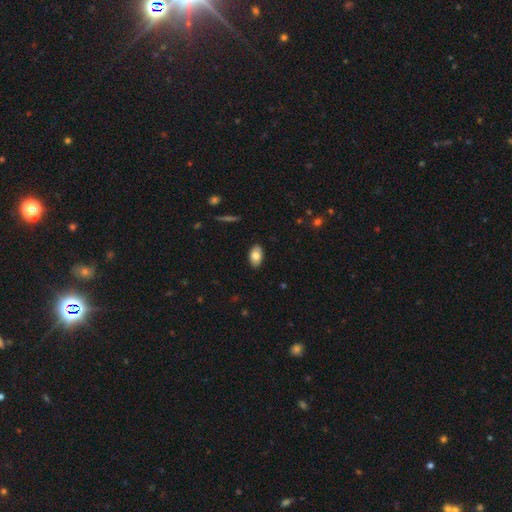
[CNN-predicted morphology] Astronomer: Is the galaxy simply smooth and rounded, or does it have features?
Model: smooth — 77%.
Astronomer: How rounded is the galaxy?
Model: in between — 93%.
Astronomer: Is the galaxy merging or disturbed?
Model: none — 87%.